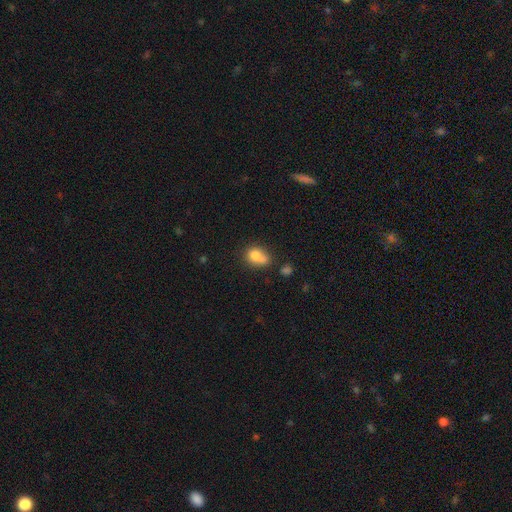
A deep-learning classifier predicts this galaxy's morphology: smooth 77%, featured or disk 13%, star or artifact 10%. Down the decision tree: how rounded — in between (60%); merging — none (38%).